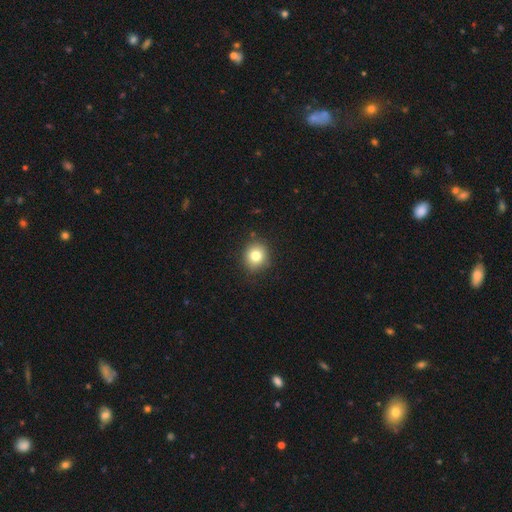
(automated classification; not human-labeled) smooth_or_featured: smooth (p=0.80) [alt: star or artifact p=0.11]
how_rounded: round (p=0.82) [alt: in between p=0.17]
merging: none (p=0.86) [alt: minor disturbance p=0.10]